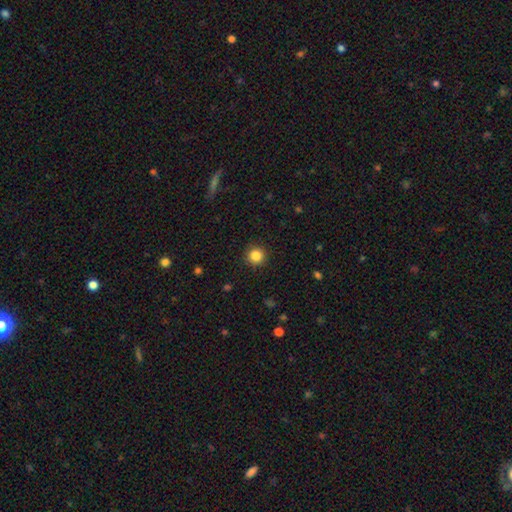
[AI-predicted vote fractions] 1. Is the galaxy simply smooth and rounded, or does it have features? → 85% smooth, 11% star or artifact, 4% featured or disk.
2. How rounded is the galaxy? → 95% round, 4% in between, 1% cigar-shaped.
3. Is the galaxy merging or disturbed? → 92% none, 5% minor disturbance, 2% major disturbance, 1% merger.